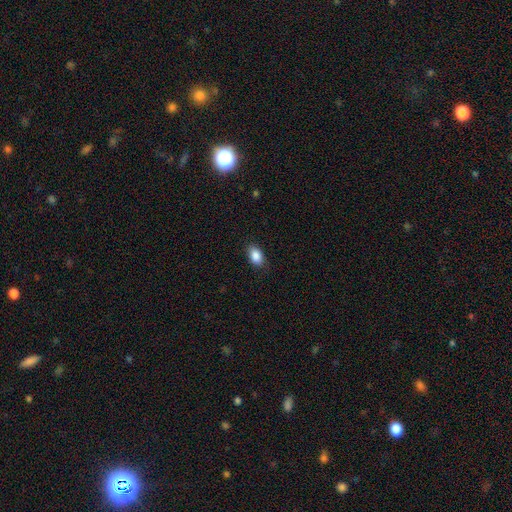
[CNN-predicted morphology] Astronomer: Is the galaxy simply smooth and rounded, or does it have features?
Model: smooth — 88%.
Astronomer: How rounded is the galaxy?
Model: in between — 89%.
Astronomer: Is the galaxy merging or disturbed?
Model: none — 84%.